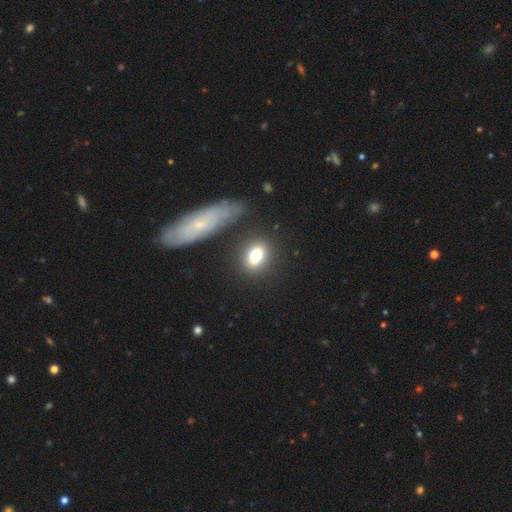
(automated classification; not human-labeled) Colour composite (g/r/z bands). It shows a smooth galaxy with no disk features (76%) that is in between round and cigar-shaped (67%). Merging: none (81%).